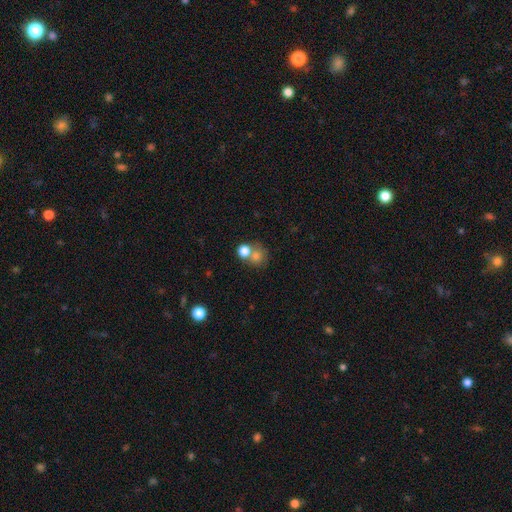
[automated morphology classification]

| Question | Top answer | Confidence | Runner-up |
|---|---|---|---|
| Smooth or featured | smooth | 76% | star or artifact (13%) |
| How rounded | round | 81% | in between (18%) |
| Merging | merger | 43% | tied: none (43%) |